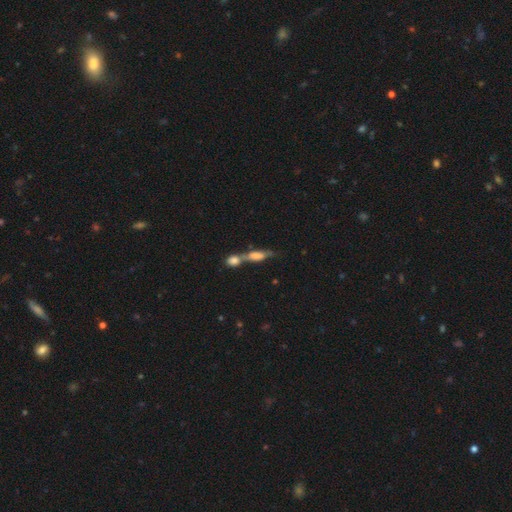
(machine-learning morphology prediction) The model was most divided on "smooth or featured": featured or disk: 46%, smooth: 40%, star or artifact: 14%. More confident: merging — merger (52%).